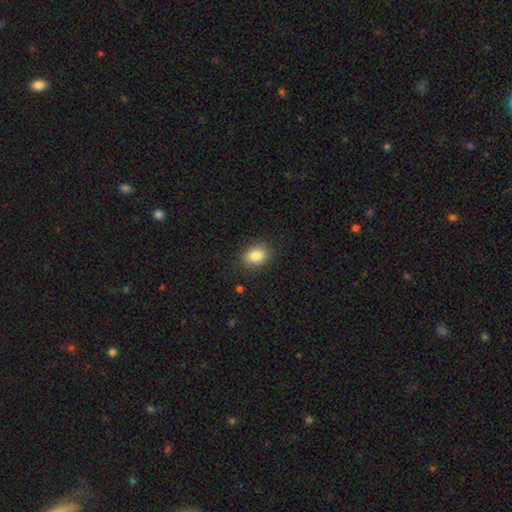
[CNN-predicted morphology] smooth-or-featured: smooth: 86% | star or artifact: 9% | featured or disk: 5%
  how-rounded: in between: 68% | round: 31% | cigar-shaped: 1%
  merging: none: 85% | minor disturbance: 11% | major disturbance: 3% | merger: 1%